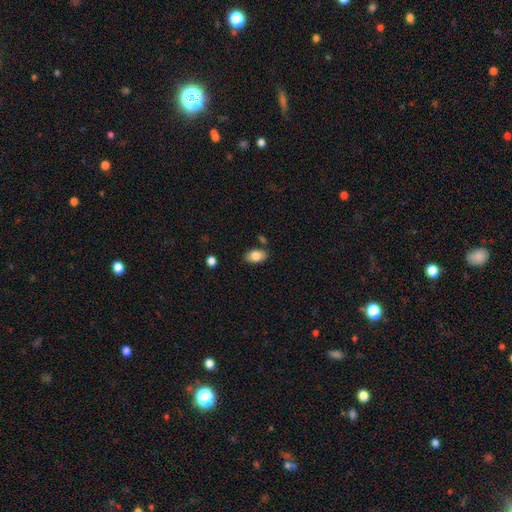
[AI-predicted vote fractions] Q: Smooth or featured?
A: smooth (81%); runner-up: featured or disk (11%)
Q: How rounded?
A: in between (91%); runner-up: round (7%)
Q: Merging?
A: none (79%); runner-up: minor disturbance (14%)